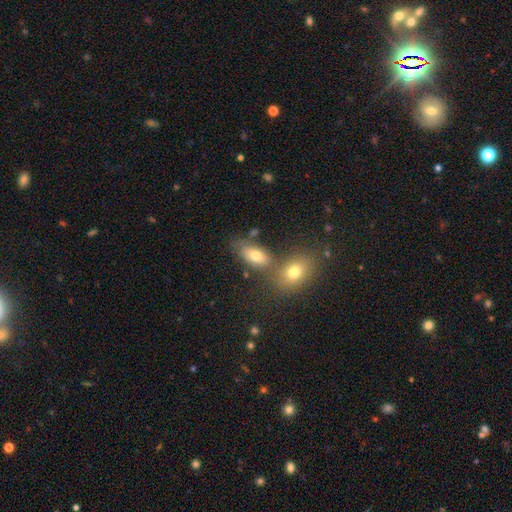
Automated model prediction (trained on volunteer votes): Q: Smooth or featured?
A: smooth (73%); runner-up: featured or disk (16%)
Q: How rounded?
A: in between (86%); runner-up: round (8%)
Q: Merging?
A: none (58%); runner-up: merger (24%)